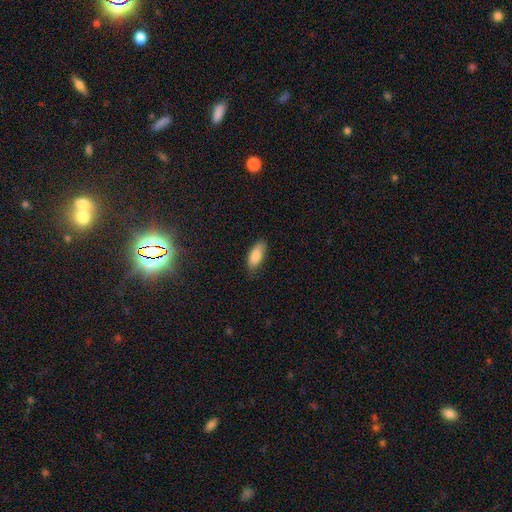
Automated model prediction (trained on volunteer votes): Smooth or featured: smooth — 86% (featured or disk — 7%)
How rounded: in between — 83% (cigar-shaped — 15%)
Merging: none — 79% (minor disturbance — 17%)